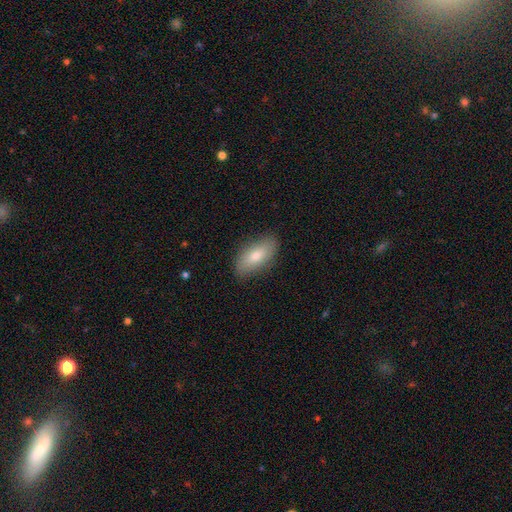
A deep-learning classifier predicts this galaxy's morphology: Q: Smooth or featured?
A: smooth (76%); runner-up: featured or disk (17%)
Q: How rounded?
A: in between (88%); runner-up: cigar-shaped (9%)
Q: Merging?
A: none (85%); runner-up: minor disturbance (11%)